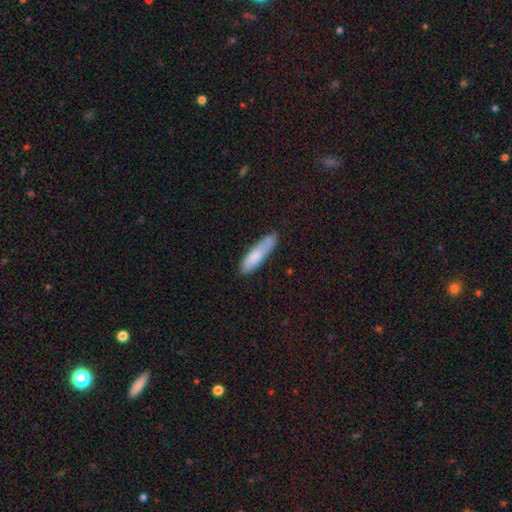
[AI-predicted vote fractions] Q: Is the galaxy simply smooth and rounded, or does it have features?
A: smooth — 78%.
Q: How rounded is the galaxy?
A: cigar-shaped — 74%.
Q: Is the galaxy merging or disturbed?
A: none — 69%.